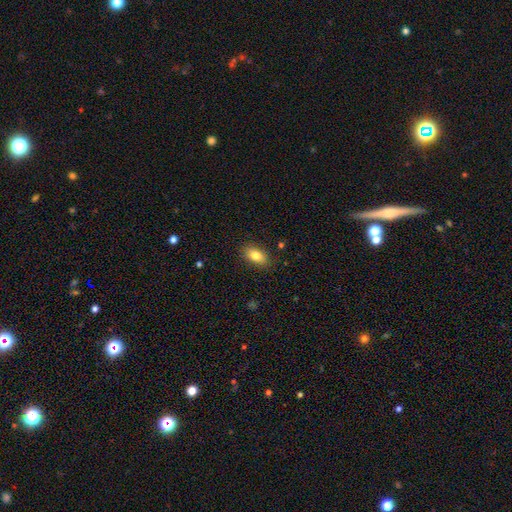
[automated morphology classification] Overall: smooth (82%). How rounded: in between (88%). Merging: none (87%).